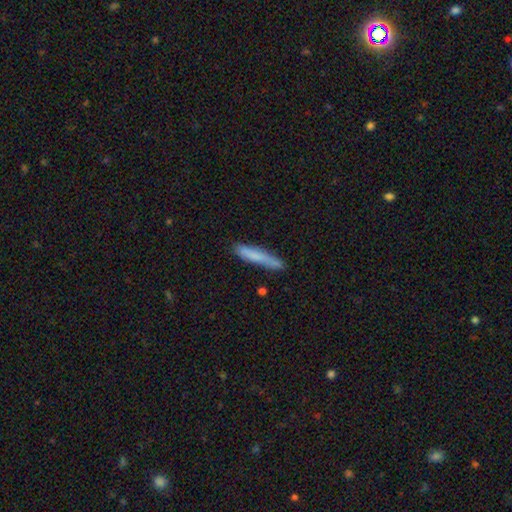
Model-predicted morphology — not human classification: A smooth galaxy with no disk features (76%) that is cigar-shaped (92%). Merging: none (78%).